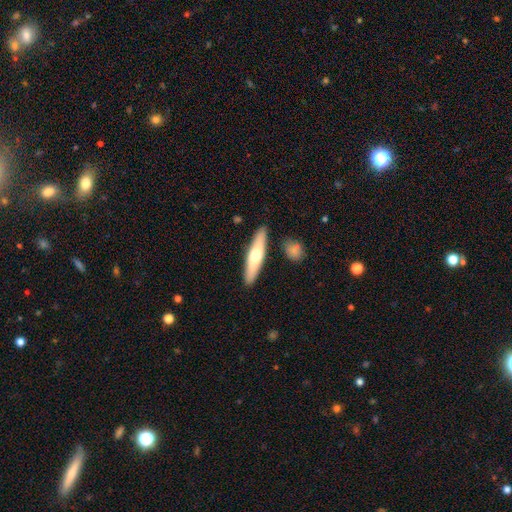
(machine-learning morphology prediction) This appears to be a smooth galaxy with no disk features (54%) that is cigar-shaped (75%). Merging: none (88%).